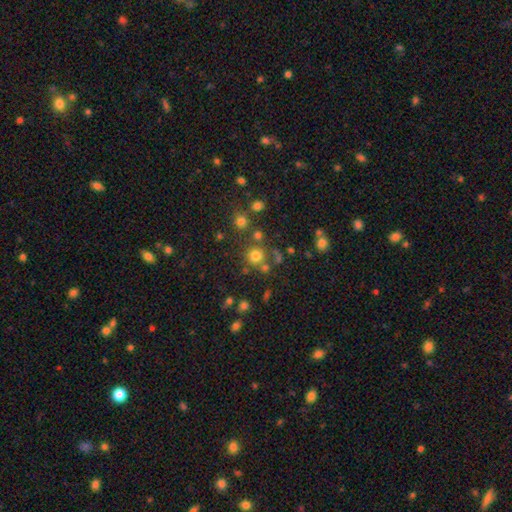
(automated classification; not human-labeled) Smooth or featured?
  - smooth: 73% *
  - star or artifact: 19%
  - featured or disk: 8%
How rounded?
  - round: 92% *
  - in between: 7%
  - cigar-shaped: 1%
Merging?
  - none: 74% *
  - merger: 13%
  - minor disturbance: 9%
  - major disturbance: 4%